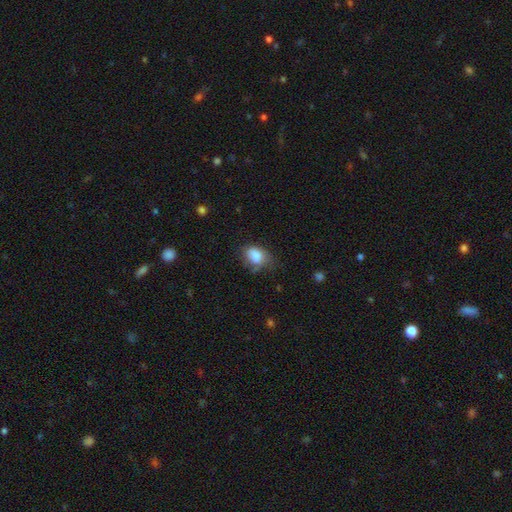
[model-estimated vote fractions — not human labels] This is clearly a smooth galaxy (82%). How rounded: likely in between (77%). Merging: marginally none (43%).